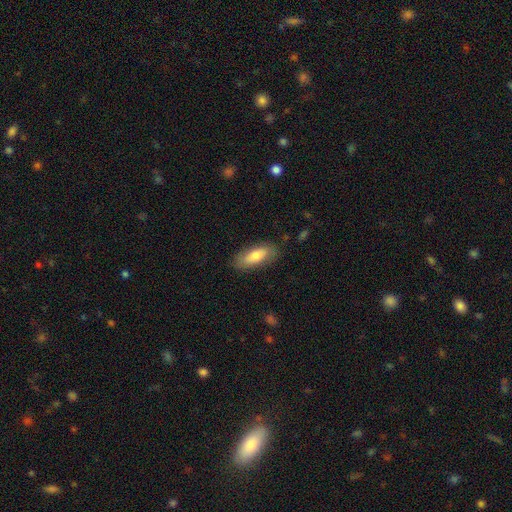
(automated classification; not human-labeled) This appears to be a smooth galaxy with no disk features (75%) that is in between round and cigar-shaped (72%). Merging: none (82%).